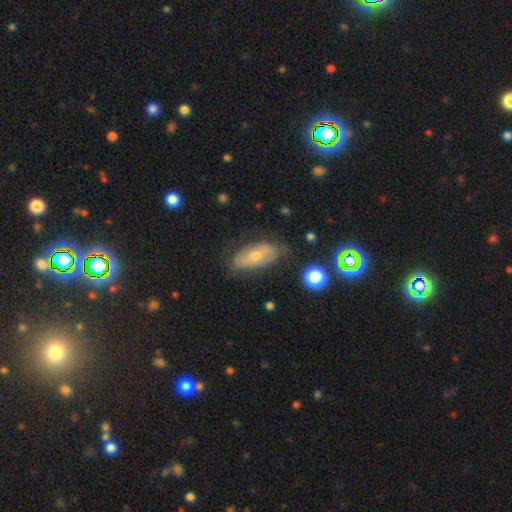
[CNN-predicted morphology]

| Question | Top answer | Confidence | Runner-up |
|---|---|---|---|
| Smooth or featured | featured or disk | 47% | smooth (44%) |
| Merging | none | 75% | minor disturbance (18%) |